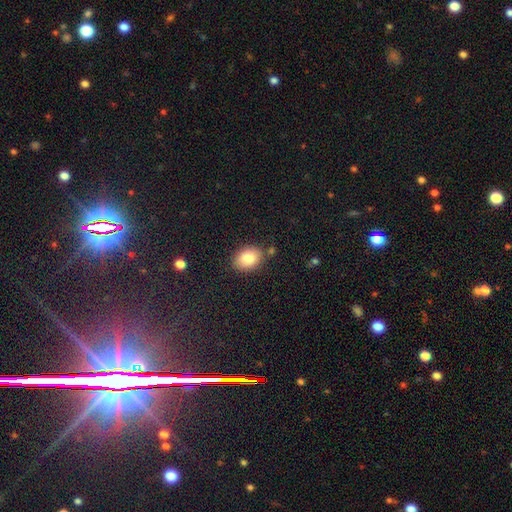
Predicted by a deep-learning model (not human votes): Q: Smooth or featured?
A: smooth (84%); runner-up: star or artifact (8%)
Q: How rounded?
A: in between (72%); runner-up: round (27%)
Q: Merging?
A: none (82%); runner-up: minor disturbance (11%)